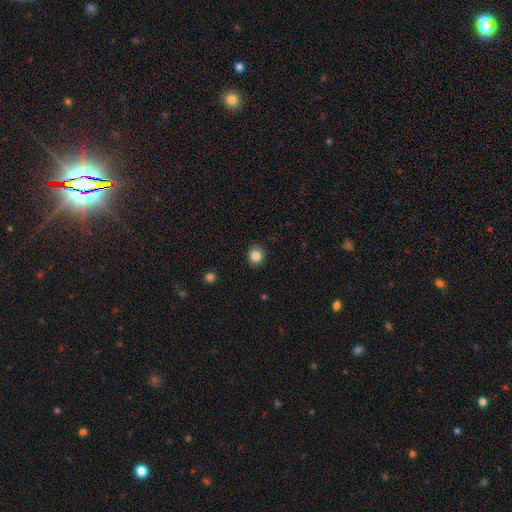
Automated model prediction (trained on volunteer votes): This appears to be a smooth galaxy with no disk features (84%) that is round (83%). Merging: none (90%).